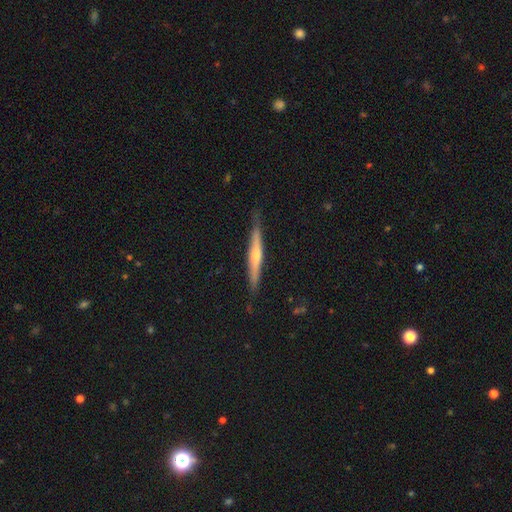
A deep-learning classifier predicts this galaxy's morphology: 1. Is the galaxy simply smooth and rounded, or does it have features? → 71% featured or disk, 22% smooth, 7% star or artifact.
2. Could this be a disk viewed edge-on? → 97% yes, 3% no.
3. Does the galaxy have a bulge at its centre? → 76% rounded, 18% none, 6% boxy.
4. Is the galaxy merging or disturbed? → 87% none, 10% minor disturbance, 2% major disturbance, 1% merger.